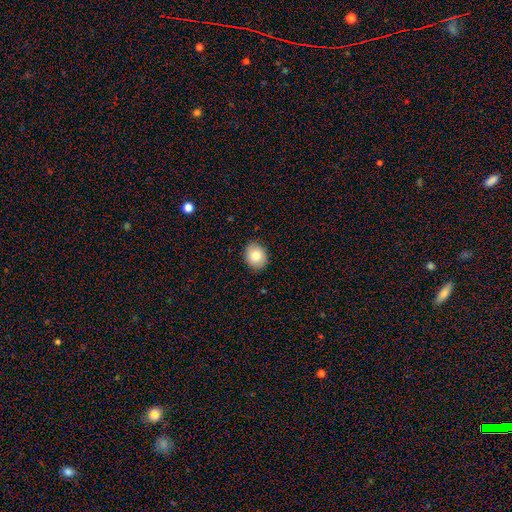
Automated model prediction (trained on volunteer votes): A smooth galaxy with no disk features (81%) that is round (55%). Merging: none (89%).